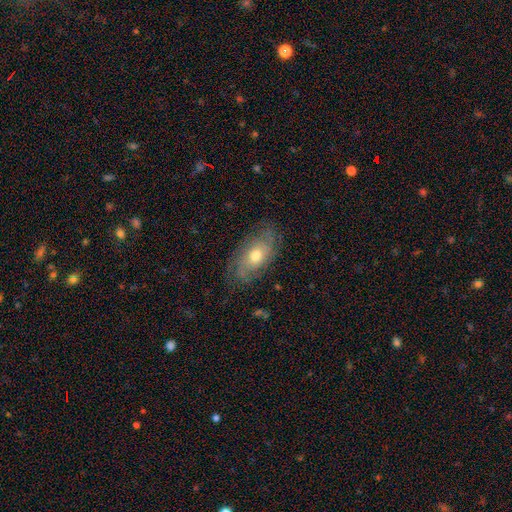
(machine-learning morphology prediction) Smooth or featured?
  - featured or disk: 63% *
  - smooth: 27%
  - star or artifact: 10%
Edge-on disk?
  - no: 89% *
  - yes: 11%
Bar?
  - no: 81% *
  - weak: 16%
  - strong: 4%
Spiral arms?
  - yes: 81% *
  - no: 19%
Bulge size?
  - moderate: 72% *
  - small: 20%
  - large: 6%
  - none: 1%
  - dominant: 1%
Merging?
  - none: 78% *
  - minor disturbance: 16%
  - major disturbance: 5%
  - merger: 1%